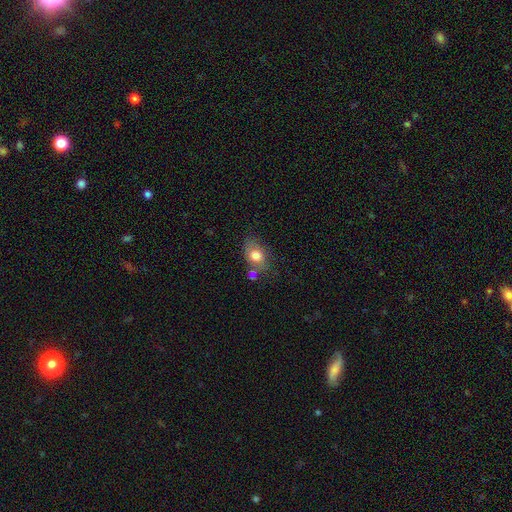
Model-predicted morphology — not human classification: A smooth galaxy with no disk features (75%) that is in between round and cigar-shaped (73%).

Vote fractions:
- Smooth or featured? smooth: 75% / featured or disk: 16% / star or artifact: 8%
- How rounded? in between: 73% / round: 25% / cigar-shaped: 2%
- Merging? none: 48% / minor disturbance: 26% / merger: 17% / major disturbance: 10%